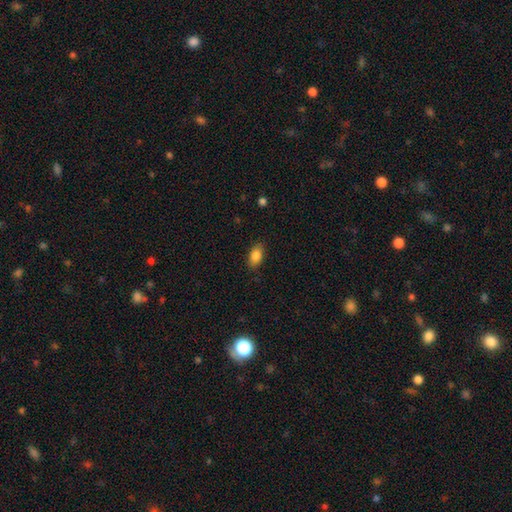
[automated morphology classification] This is clearly a smooth galaxy (85%). How rounded: clearly in between (90%). Merging: clearly none (86%).